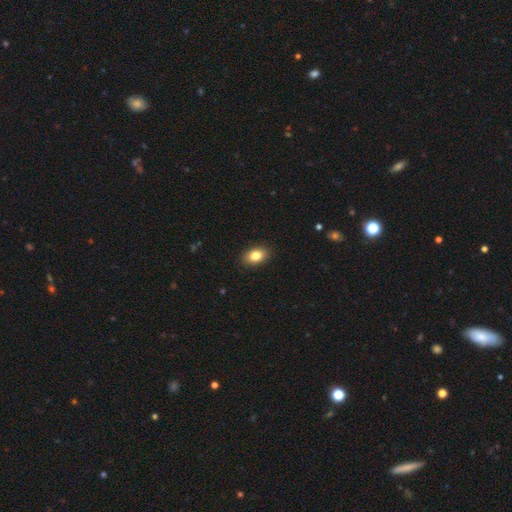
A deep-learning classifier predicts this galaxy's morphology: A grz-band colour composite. It shows a smooth galaxy with no disk features (84%) that is in between round and cigar-shaped (85%). Merging: none (89%).